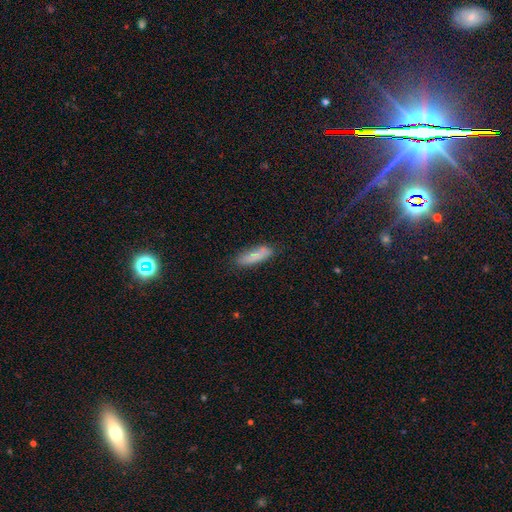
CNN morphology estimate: The model was most divided on "how rounded": cigar-shaped: 58%, in between: 40%, round: 2%. More confident: smooth or featured — smooth (82%); merging — none (76%).